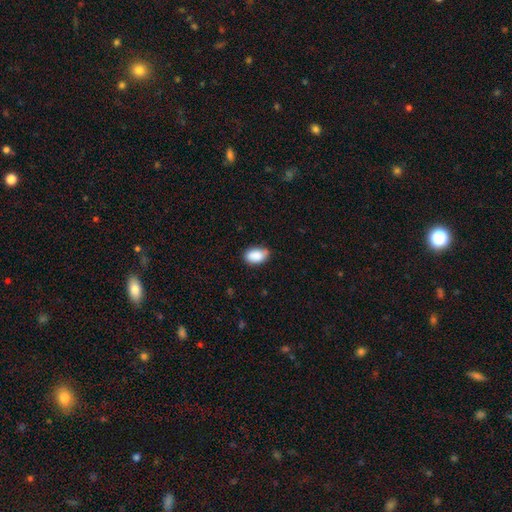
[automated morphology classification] Smooth or featured: smooth — 88% (star or artifact — 7%)
How rounded: in between — 90% (round — 8%)
Merging: none — 75% (minor disturbance — 21%)